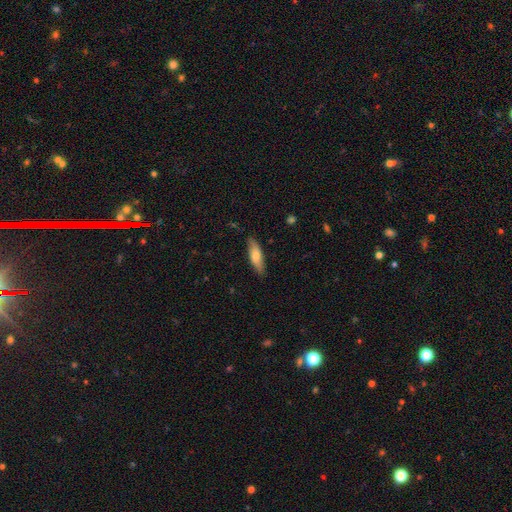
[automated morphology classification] A smooth galaxy with no disk features (68%) that is cigar-shaped (53%).

Vote fractions:
- Smooth or featured? smooth: 68% / featured or disk: 27% / star or artifact: 6%
- How rounded? cigar-shaped: 53% / in between: 44% / round: 2%
- Merging? none: 84% / minor disturbance: 13% / major disturbance: 2% / merger: 1%